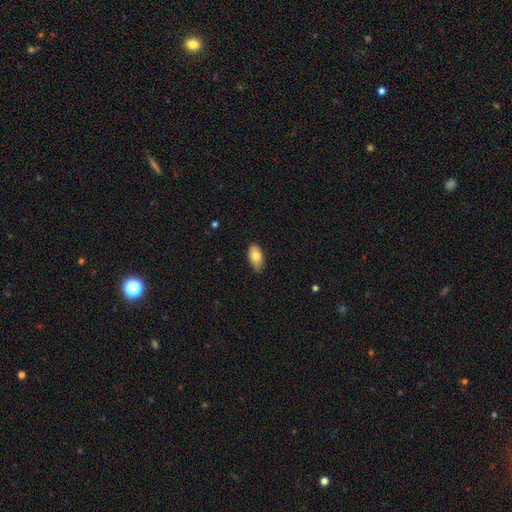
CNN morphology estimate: Smooth or featured: smooth — 77% (featured or disk — 17%)
How rounded: in between — 93% (round — 4%)
Merging: none — 77% (minor disturbance — 20%)